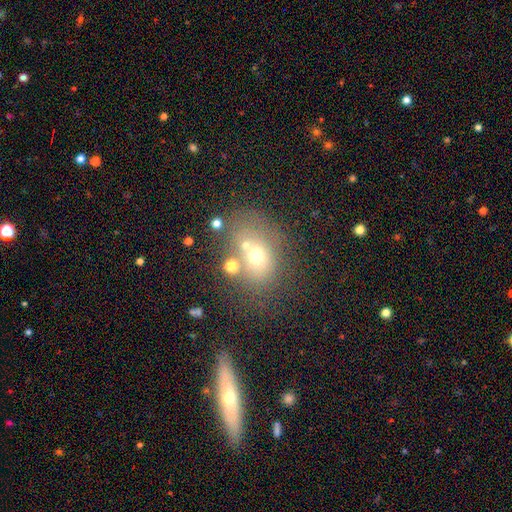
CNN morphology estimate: Smooth or featured?
  - smooth: 57% *
  - featured or disk: 23%
  - star or artifact: 20%
How rounded?
  - in between: 54% *
  - round: 45%
  - cigar-shaped: 1%
Merging?
  - none: 50% *
  - merger: 26%
  - minor disturbance: 15%
  - major disturbance: 9%